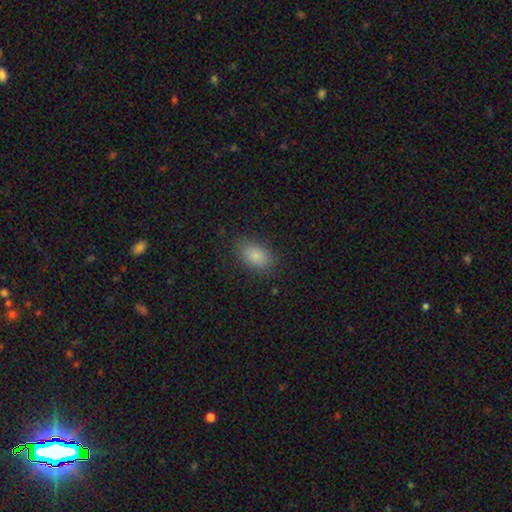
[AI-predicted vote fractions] A smooth galaxy with no disk features (87%) that is in between round and cigar-shaped (90%). Merging: none (84%).